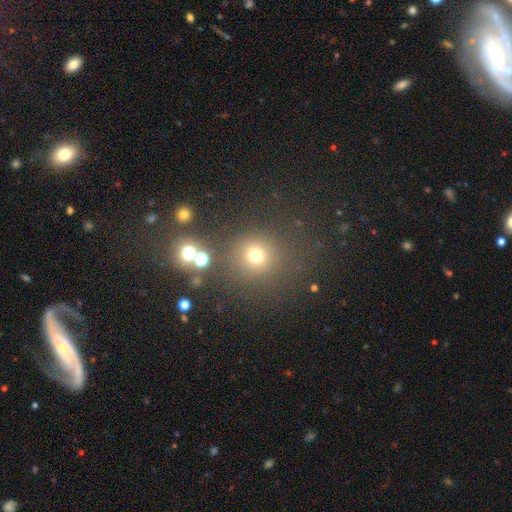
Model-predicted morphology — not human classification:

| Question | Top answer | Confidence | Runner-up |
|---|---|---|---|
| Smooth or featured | smooth | 69% | star or artifact (23%) |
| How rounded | round | 90% | in between (9%) |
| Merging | none | 78% | minor disturbance (10%) |